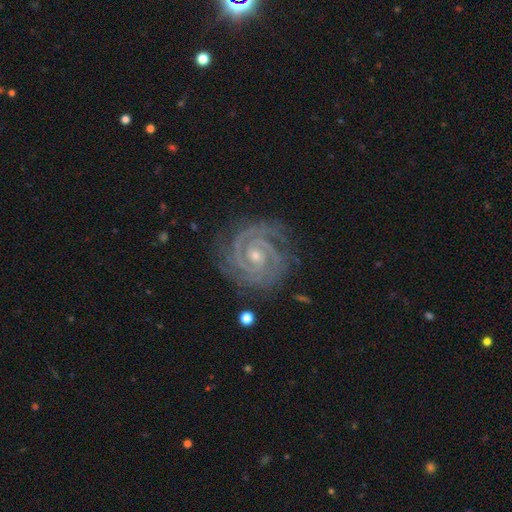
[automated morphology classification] smooth_or_featured: featured or disk (p=0.92) [alt: star or artifact p=0.05]
disk_edge_on: no (p=0.98) [alt: yes p=0.02]
bar: no (p=0.58) [alt: weak p=0.28]
has_spiral_arms: yes (p=0.99) [alt: no p=0.01]
spiral_winding: tight (p=0.84) [alt: medium p=0.14]
spiral_arm_count: 2 (p=0.63) [alt: 3 p=0.18]
bulge_size: small (p=0.70) [alt: moderate p=0.28]
merging: none (p=0.80) [alt: minor disturbance p=0.14]